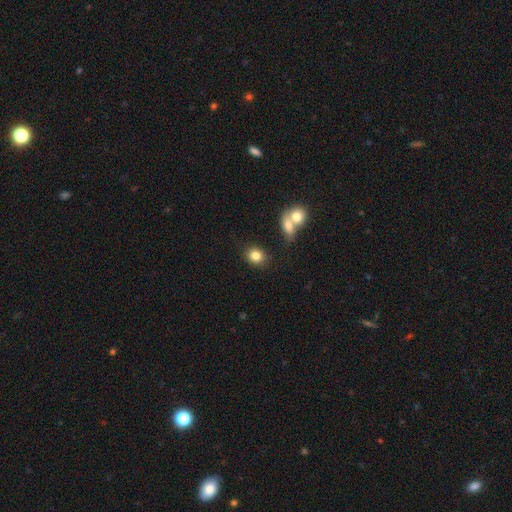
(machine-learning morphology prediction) Smooth or featured? smooth (83%)
How rounded? round (62%)
Merging? none (78%)